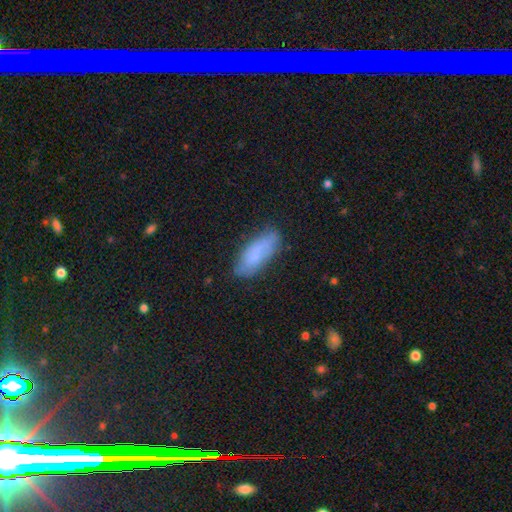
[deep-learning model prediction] smooth 72%, featured or disk 20%, star or artifact 8%. Down the decision tree: how rounded — in between (71%); merging — none (73%).